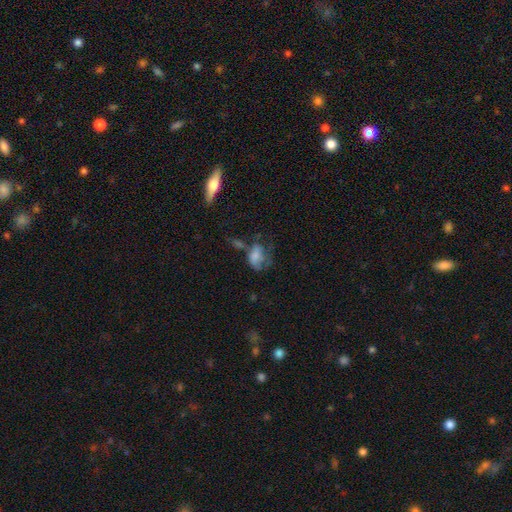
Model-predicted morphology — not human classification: Smooth or featured? Predicted: smooth (p=0.59). How rounded? Predicted: in between (p=0.82). Merging? Predicted: major disturbance (p=0.37).